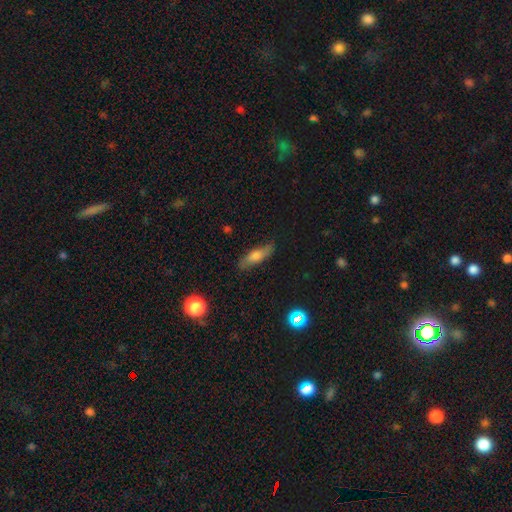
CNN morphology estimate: Smooth or featured? smooth (60%)
How rounded? cigar-shaped (49%)
Merging? none (80%)